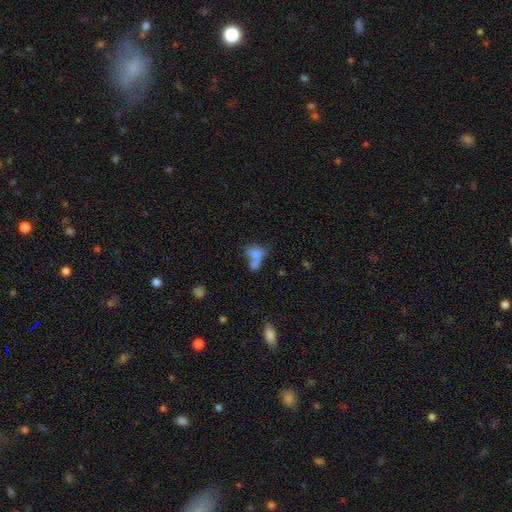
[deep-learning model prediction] smooth_or_featured: smooth (p=0.73) [alt: featured or disk p=0.15]
how_rounded: in between (p=0.75) [alt: round p=0.22]
merging: merger (p=0.55) [alt: none p=0.24]